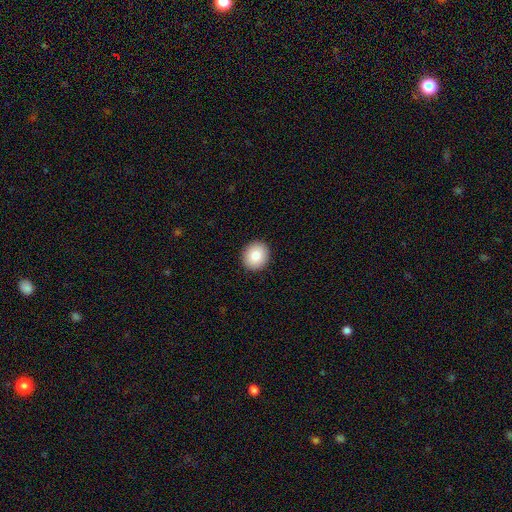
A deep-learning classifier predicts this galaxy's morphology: The model was most divided on "how rounded": round: 84%, in between: 15%, cigar-shaped: 1%. More confident: merging — none (92%); smooth or featured — smooth (85%).